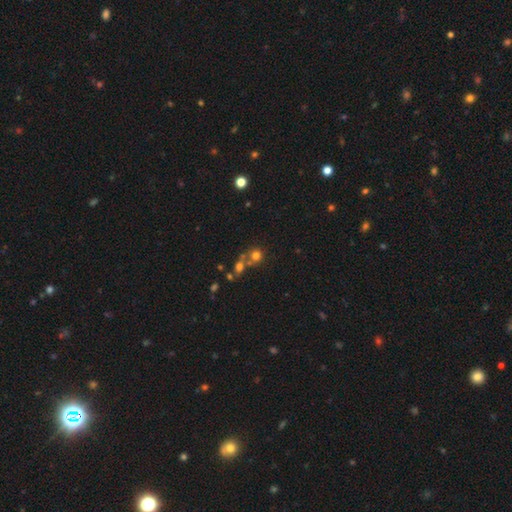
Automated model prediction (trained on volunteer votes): Q: Smooth or featured?
A: smooth (67%); runner-up: star or artifact (19%)
Q: How rounded?
A: round (87%); runner-up: in between (12%)
Q: Merging?
A: none (47%); runner-up: merger (40%)